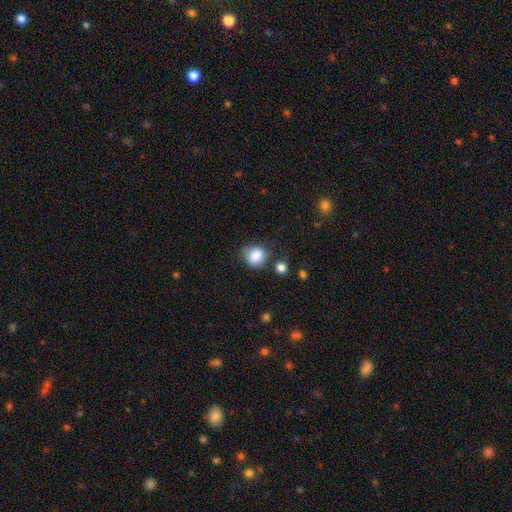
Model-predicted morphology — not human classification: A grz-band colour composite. It shows a smooth galaxy with no disk features (86%) that is round (81%). Merging: none (70%).